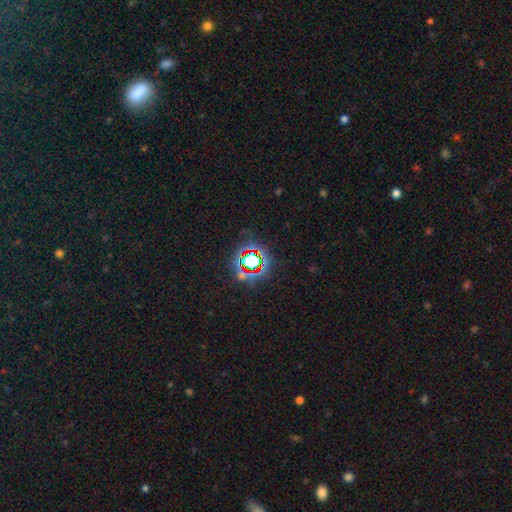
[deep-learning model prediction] Morphology: type=star or artifact (70%).